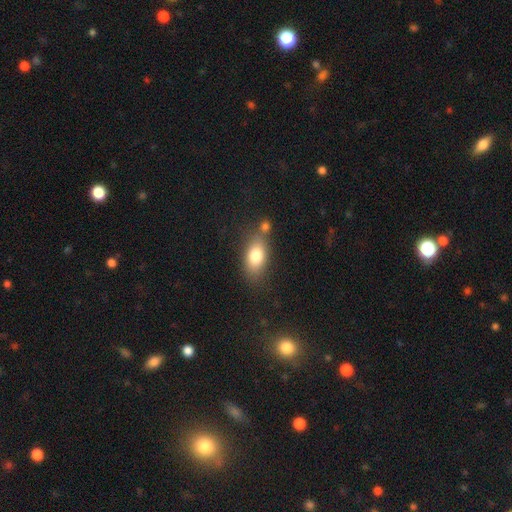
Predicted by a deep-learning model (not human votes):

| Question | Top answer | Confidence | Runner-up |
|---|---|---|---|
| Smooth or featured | smooth | 78% | featured or disk (14%) |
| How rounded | in between | 84% | round (11%) |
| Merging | none | 64% | merger (16%) |